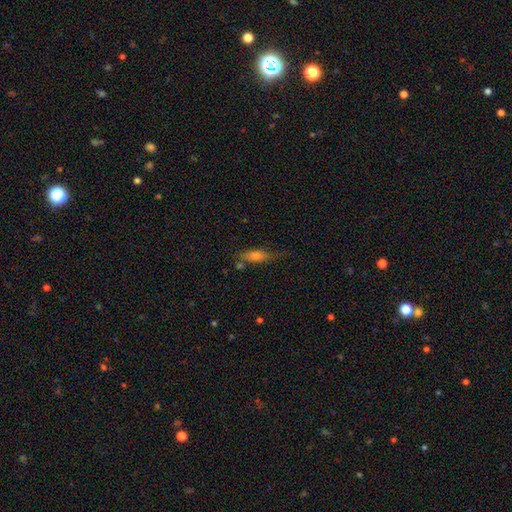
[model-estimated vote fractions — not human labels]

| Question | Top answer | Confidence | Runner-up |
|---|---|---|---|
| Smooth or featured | smooth | 59% | featured or disk (28%) |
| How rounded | cigar-shaped | 49% | in between (47%) |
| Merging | none | 60% | minor disturbance (24%) |